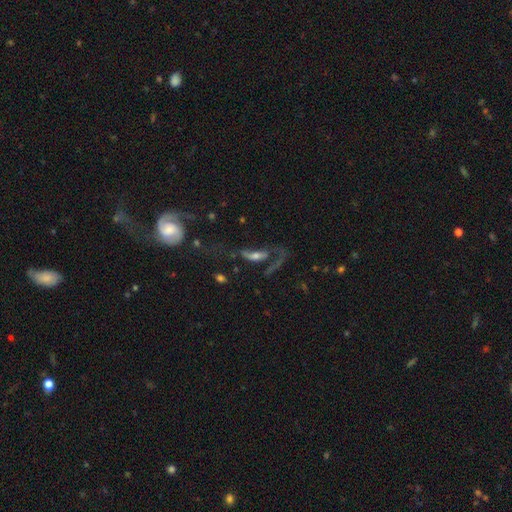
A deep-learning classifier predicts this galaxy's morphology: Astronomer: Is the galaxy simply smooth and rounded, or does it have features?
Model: featured or disk — 57%.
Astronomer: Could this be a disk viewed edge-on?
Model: no — 73%.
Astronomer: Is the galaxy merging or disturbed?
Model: major disturbance — 48% (runner-up: none, 28%).